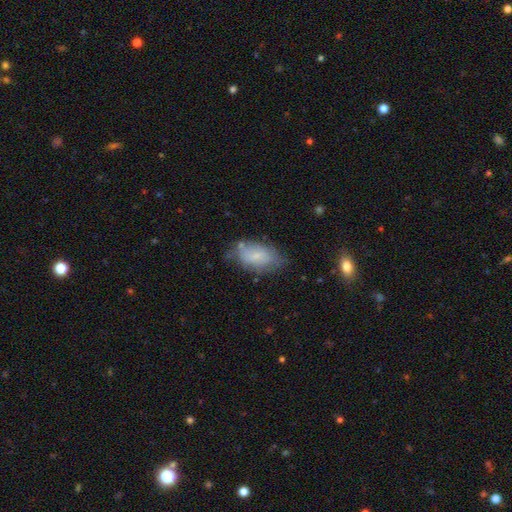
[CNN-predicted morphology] This is likely a smooth galaxy (67%). How rounded: clearly in between (93%). Merging: possibly none (58%).